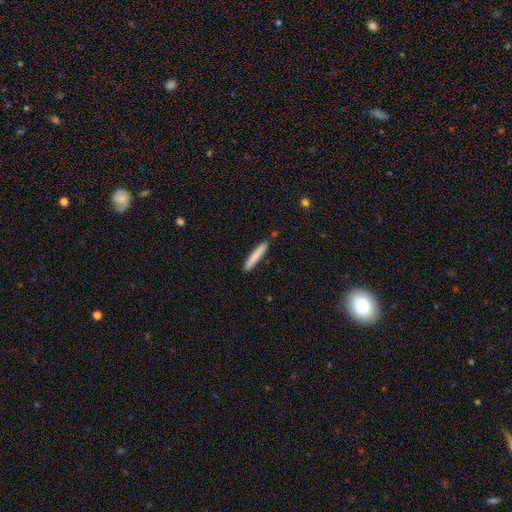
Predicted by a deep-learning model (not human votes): A smooth galaxy with no disk features (80%) that is cigar-shaped (94%). Merging: none (87%).